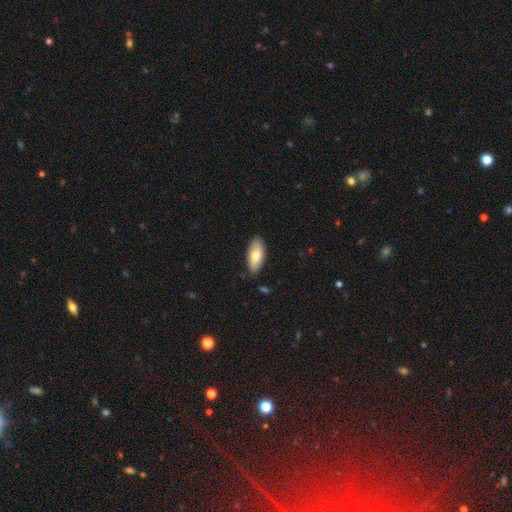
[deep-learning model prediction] The model was most divided on "smooth or featured": smooth: 77%, featured or disk: 17%, star or artifact: 6%. More confident: how rounded — in between (86%); merging — none (85%).